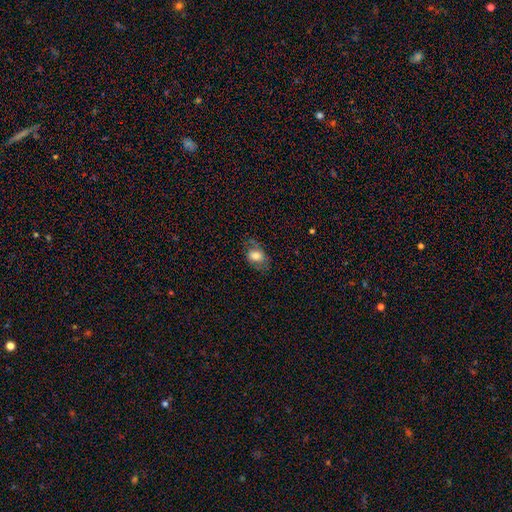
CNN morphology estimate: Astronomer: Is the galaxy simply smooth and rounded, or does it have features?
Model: smooth — 69%.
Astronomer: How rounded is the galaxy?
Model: in between — 73%.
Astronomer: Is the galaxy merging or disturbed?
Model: none — 63%.